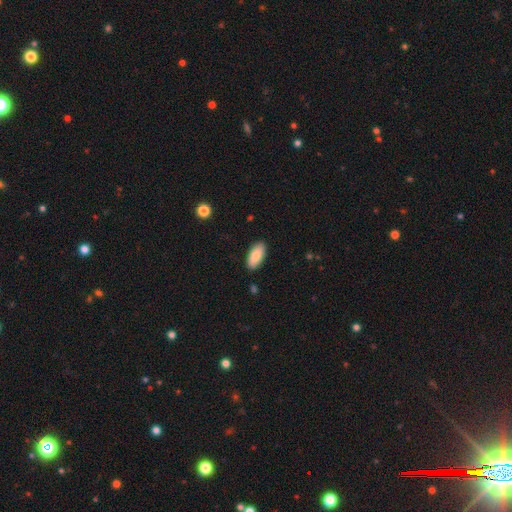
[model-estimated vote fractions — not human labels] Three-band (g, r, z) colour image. It shows a smooth galaxy with no disk features (88%) that is in between round and cigar-shaped (89%). Merging: none (88%).